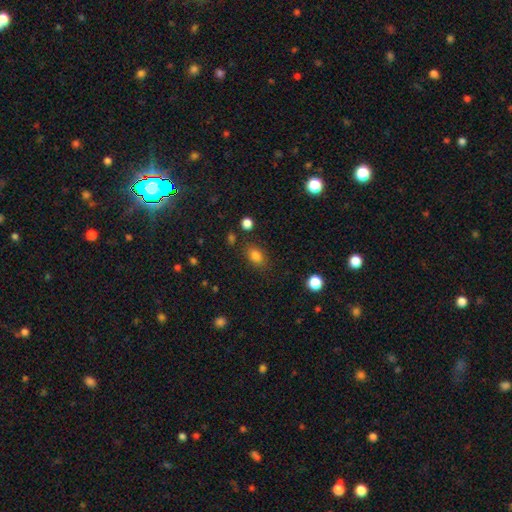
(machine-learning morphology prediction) smooth_or_featured: smooth (p=0.83) [alt: star or artifact p=0.11]
how_rounded: in between (p=0.76) [alt: round p=0.22]
merging: none (p=0.79) [alt: minor disturbance p=0.13]